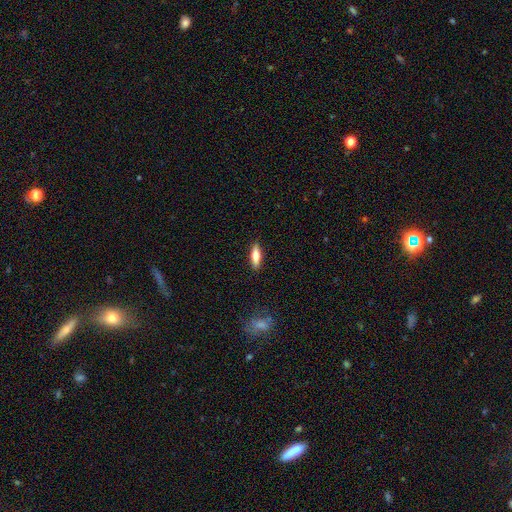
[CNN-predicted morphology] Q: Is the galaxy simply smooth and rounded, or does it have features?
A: smooth — 64%.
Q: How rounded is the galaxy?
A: cigar-shaped — 50%.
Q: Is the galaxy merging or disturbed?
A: none — 89%.